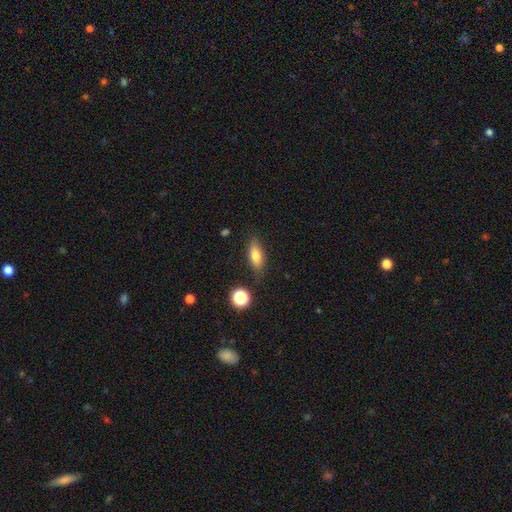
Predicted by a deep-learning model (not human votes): smooth-or-featured: smooth: 72% | featured or disk: 20% | star or artifact: 9%
  how-rounded: in between: 65% | cigar-shaped: 29% | round: 5%
  merging: none: 81% | minor disturbance: 13% | major disturbance: 3% | merger: 3%